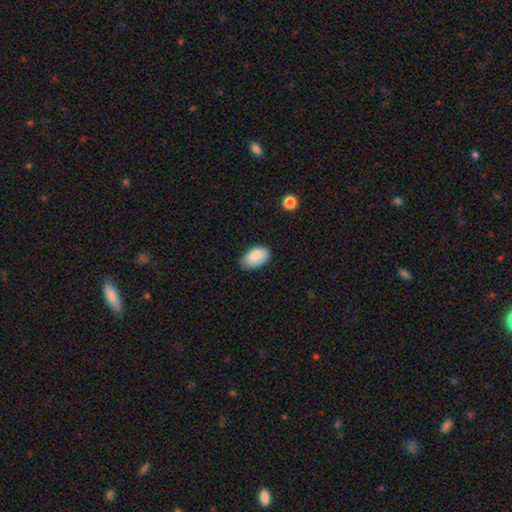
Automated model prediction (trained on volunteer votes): smooth 82%, featured or disk 12%, star or artifact 7%. Down the decision tree: how rounded — in between (93%); merging — none (72%).